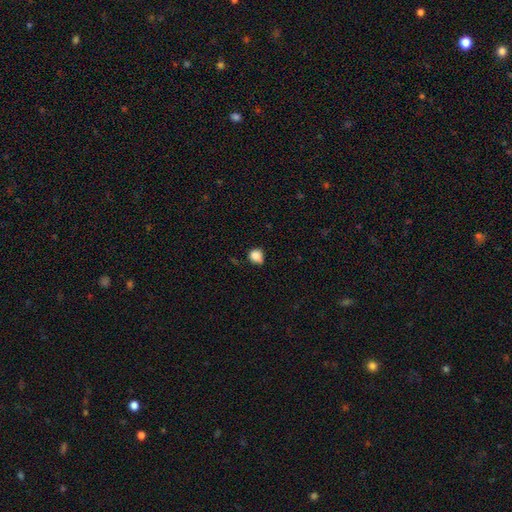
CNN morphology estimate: A smooth galaxy with no disk features (84%) that is round (81%). Merging: none (59%).